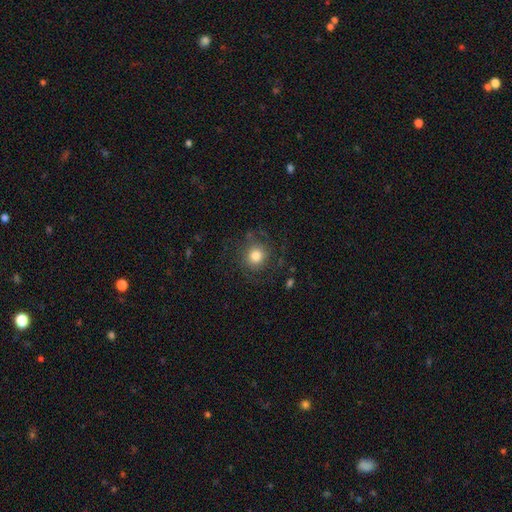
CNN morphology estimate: type=smooth (67%); roundness=round (89%); merging=none (73%).